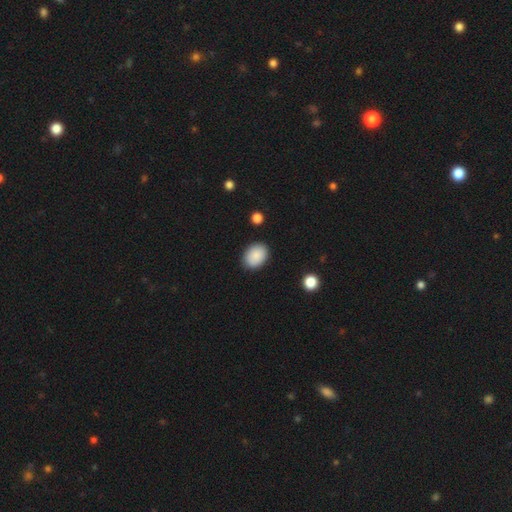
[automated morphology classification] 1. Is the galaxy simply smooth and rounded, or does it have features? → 89% smooth, 7% star or artifact, 4% featured or disk.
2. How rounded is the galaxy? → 71% in between, 28% round, 1% cigar-shaped.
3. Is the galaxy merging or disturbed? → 88% none, 9% minor disturbance, 2% major disturbance, 1% merger.